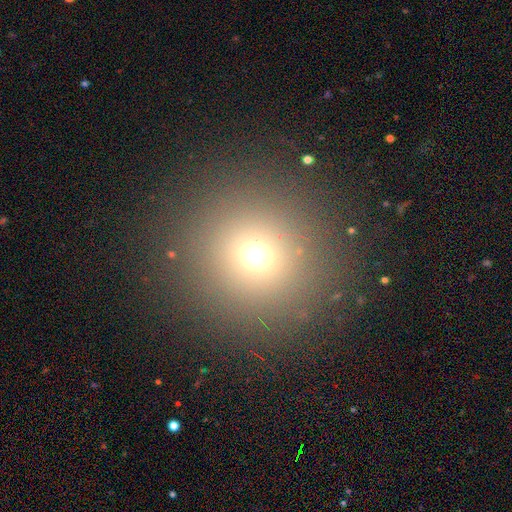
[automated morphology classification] A smooth galaxy with no disk features (67%) that is round (94%). Merging: none (90%).